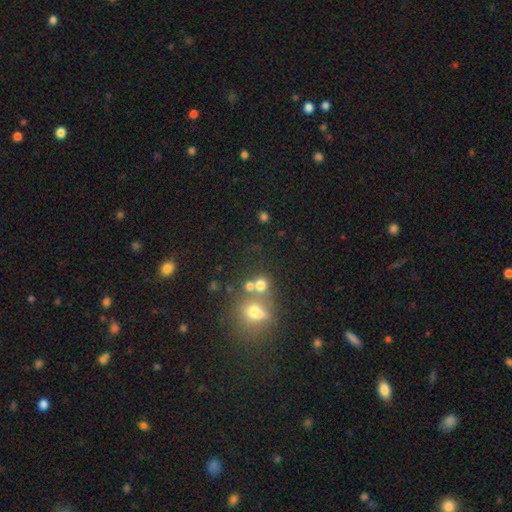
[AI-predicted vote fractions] This is possibly a smooth galaxy (55%). How rounded: likely round (68%). Merging: possibly none (49%).